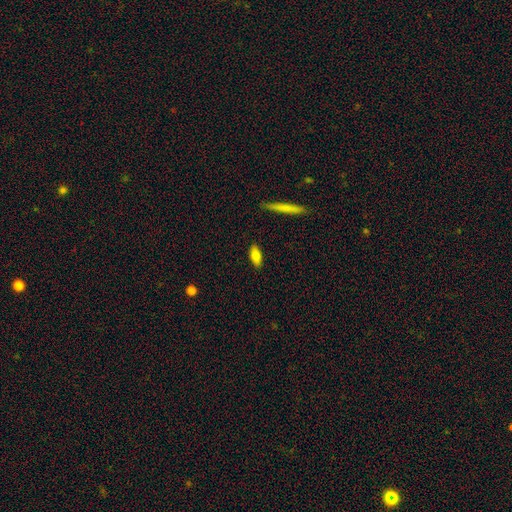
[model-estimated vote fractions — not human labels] This appears to be a smooth galaxy with no disk features (79%) that is in between round and cigar-shaped (77%). Merging: none (88%).